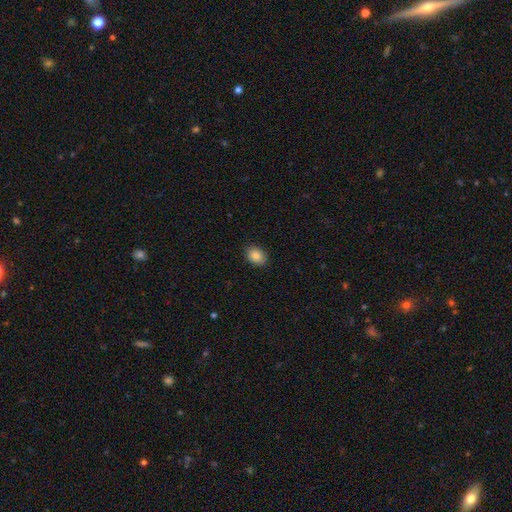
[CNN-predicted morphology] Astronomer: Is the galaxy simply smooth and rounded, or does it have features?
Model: smooth — 85%.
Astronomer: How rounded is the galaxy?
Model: in between — 75%.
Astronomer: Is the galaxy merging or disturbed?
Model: none — 89%.